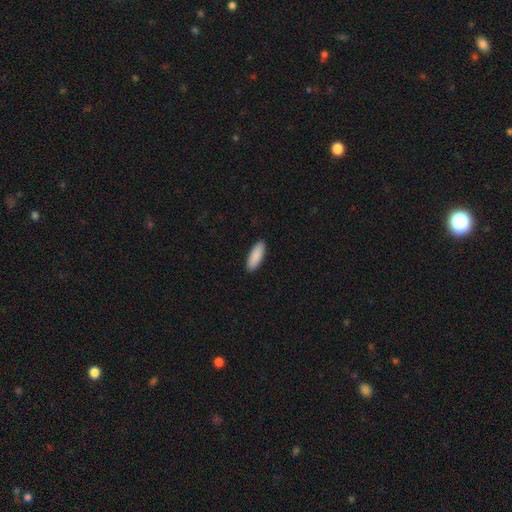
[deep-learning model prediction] smooth 91%, star or artifact 5%, featured or disk 4%. Down the decision tree: how rounded — in between (65%); merging — none (91%).